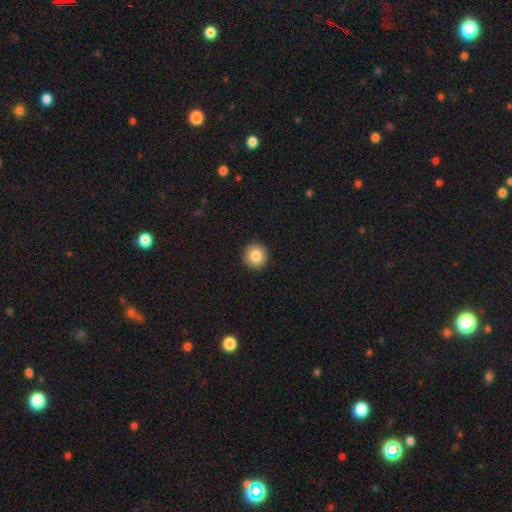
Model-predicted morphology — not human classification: Smooth or featured?
  - smooth: 85% *
  - star or artifact: 9%
  - featured or disk: 6%
How rounded?
  - round: 95% *
  - in between: 4%
  - cigar-shaped: 1%
Merging?
  - none: 92% *
  - minor disturbance: 5%
  - major disturbance: 2%
  - merger: 1%